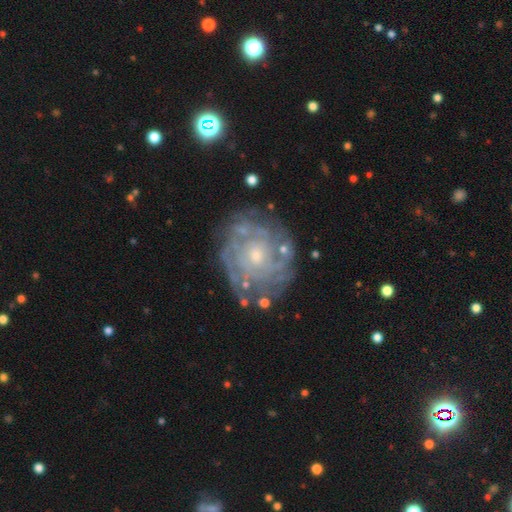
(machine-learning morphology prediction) A featured or disk galaxy (83%) with no bar (79%), tight (74%) spiral arms (89%) and a small central bulge (57%).

Vote fractions:
- Smooth or featured? featured or disk: 83% / smooth: 10% / star or artifact: 7%
- Edge-on disk? no: 97% / yes: 3%
- Bar? no: 79% / weak: 18% / strong: 3%
- Spiral arms? yes: 89% / no: 11%
- Spiral winding? tight: 74% / medium: 20% / loose: 6%
- Spiral arm count? can't tell: 47% / 4: 15% / 3: 13% / 2: 10% / more than 4: 9% / 1: 6%
- Bulge size? small: 57% / moderate: 38% / none: 2% / large: 2% / dominant: 1%
- Merging? none: 74% / minor disturbance: 16% / major disturbance: 7% / merger: 3%